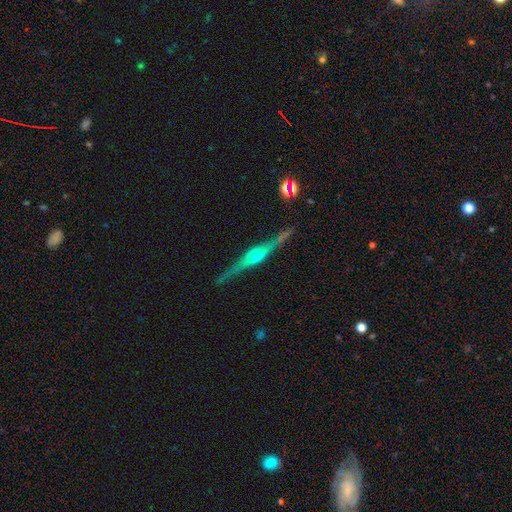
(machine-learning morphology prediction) Overall: featured or disk (80%). Edge-on disk: yes (97%). Edge-on bulge: rounded (75%). Merging: none (84%).